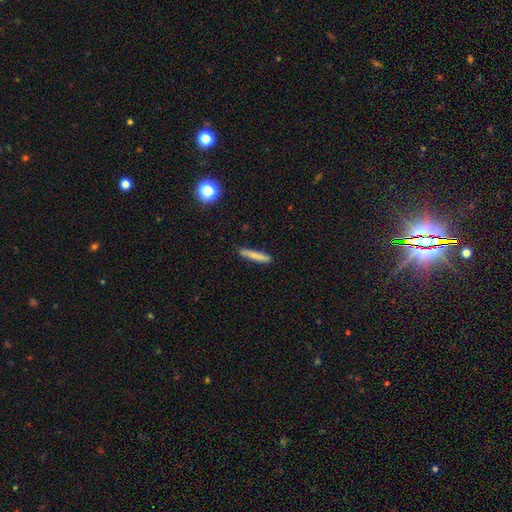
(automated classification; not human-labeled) This is likely a smooth galaxy (79%). How rounded: clearly cigar-shaped (92%). Merging: clearly none (85%).